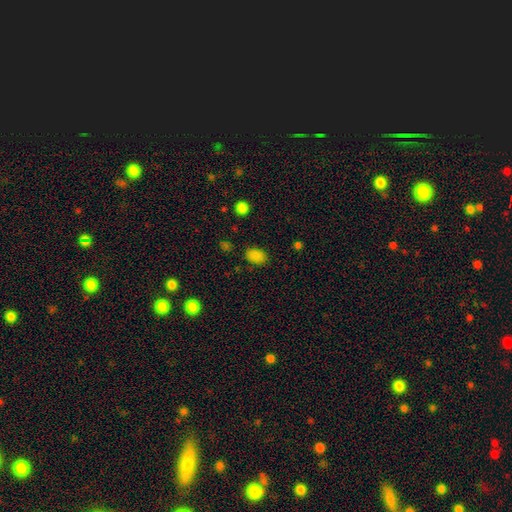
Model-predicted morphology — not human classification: smooth-or-featured: smooth: 83% | star or artifact: 13% | featured or disk: 4%
  how-rounded: in between: 82% | round: 17% | cigar-shaped: 1%
  merging: none: 82% | minor disturbance: 13% | major disturbance: 3% | merger: 2%